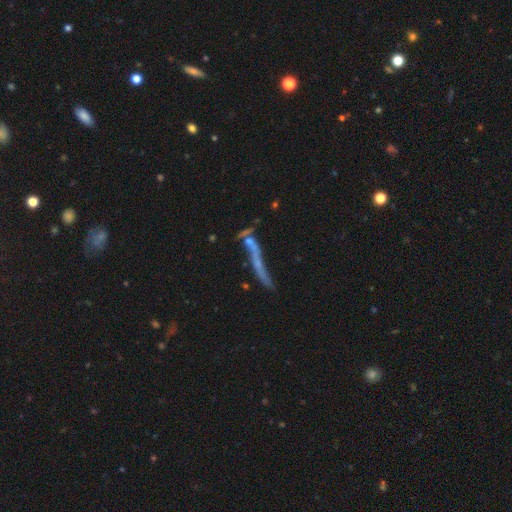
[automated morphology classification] A featured or disk galaxy (52%) viewed edge-on (69%). Merging: none (47%).